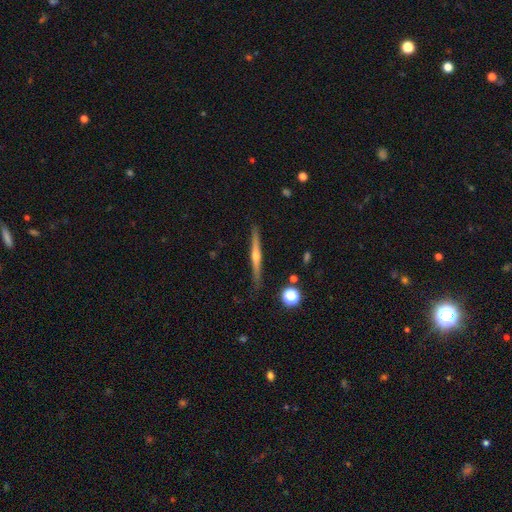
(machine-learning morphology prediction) Smooth or featured?
  - featured or disk: 75% *
  - smooth: 19%
  - star or artifact: 6%
Edge-on disk?
  - yes: 98% *
  - no: 2%
Edge-on bulge?
  - rounded: 86% *
  - none: 10%
  - boxy: 4%
Merging?
  - none: 89% *
  - minor disturbance: 8%
  - major disturbance: 2%
  - merger: 1%